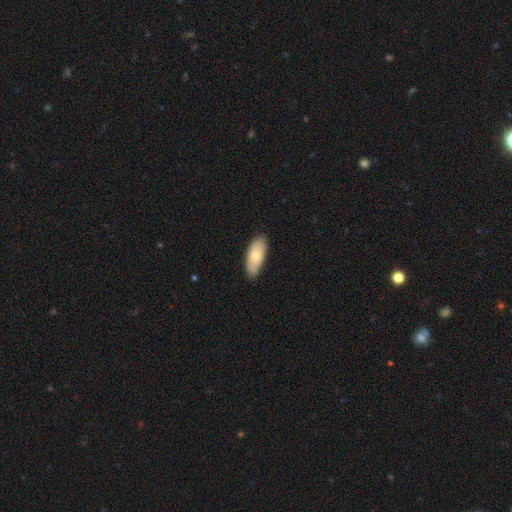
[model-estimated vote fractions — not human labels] smooth_or_featured: smooth (p=0.75) [alt: featured or disk p=0.20]
how_rounded: in between (p=0.85) [alt: cigar-shaped p=0.13]
merging: none (p=0.83) [alt: minor disturbance p=0.14]